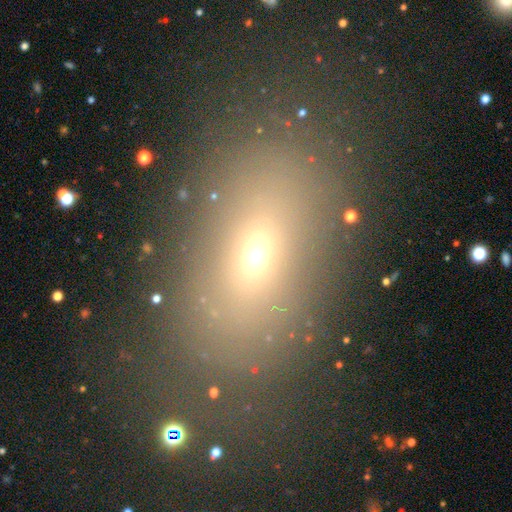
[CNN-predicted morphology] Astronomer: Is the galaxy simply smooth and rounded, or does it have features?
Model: smooth — 57%.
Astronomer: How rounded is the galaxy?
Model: in between — 78%.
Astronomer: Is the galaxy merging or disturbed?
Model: none — 79%.